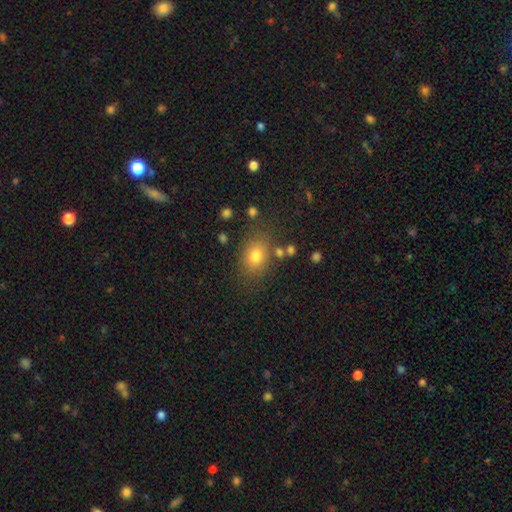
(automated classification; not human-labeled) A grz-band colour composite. It shows a smooth galaxy with no disk features (77%) that is in between round and cigar-shaped (66%). Merging: none (77%).